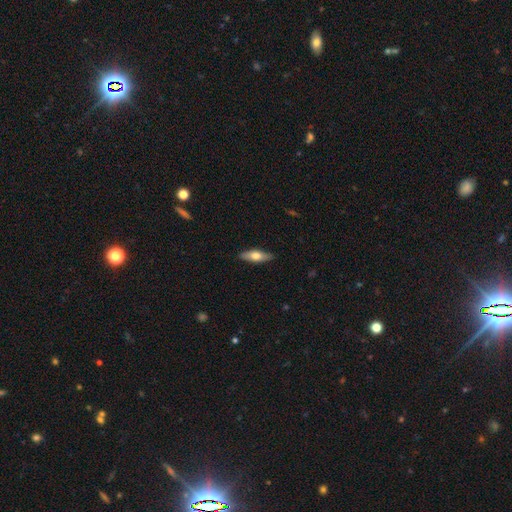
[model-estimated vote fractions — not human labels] The model was most divided on "how rounded": in between: 56%, cigar-shaped: 42%, round: 3%. More confident: merging — none (88%); smooth or featured — smooth (60%).